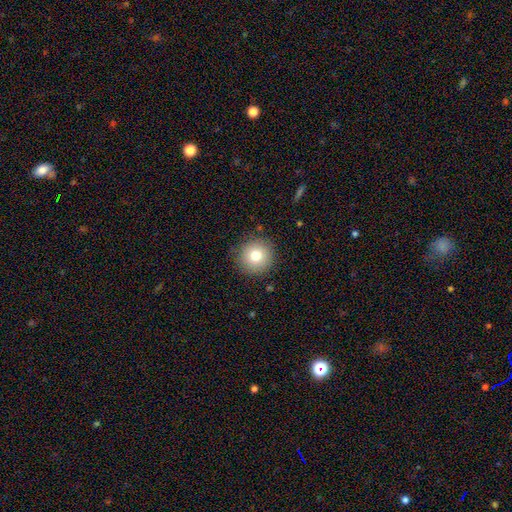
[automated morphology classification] smooth 77%, featured or disk 12%, star or artifact 12%. Down the decision tree: how rounded — round (94%); merging — none (89%).